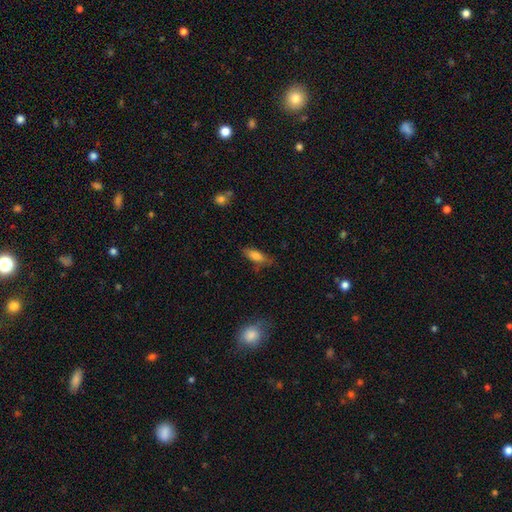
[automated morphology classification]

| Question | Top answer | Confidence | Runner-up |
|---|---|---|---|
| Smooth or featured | smooth | 77% | featured or disk (15%) |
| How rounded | in between | 68% | cigar-shaped (29%) |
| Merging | none | 69% | minor disturbance (22%) |